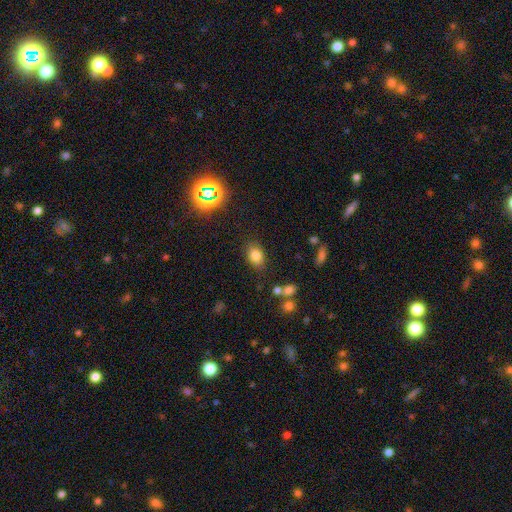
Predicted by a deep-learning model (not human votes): Smooth or featured: smooth — 79% (star or artifact — 13%)
How rounded: in between — 76% (round — 23%)
Merging: none — 82% (minor disturbance — 12%)